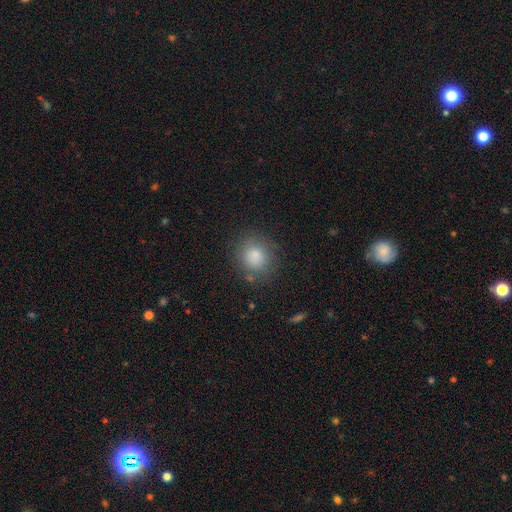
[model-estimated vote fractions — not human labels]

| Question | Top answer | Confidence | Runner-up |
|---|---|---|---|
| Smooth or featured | smooth | 82% | star or artifact (11%) |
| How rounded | round | 83% | in between (16%) |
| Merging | none | 81% | minor disturbance (12%) |